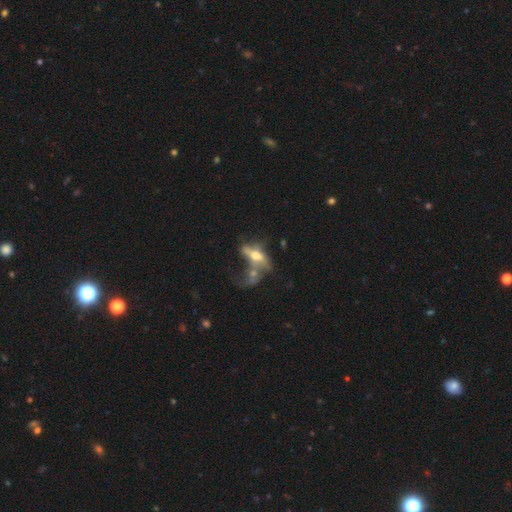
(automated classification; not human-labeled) The model was most divided on "merging": merger: 39%, major disturbance: 30%, none: 19%, minor disturbance: 12%. More confident: edge-on disk — no (64%); smooth or featured — featured or disk (54%).